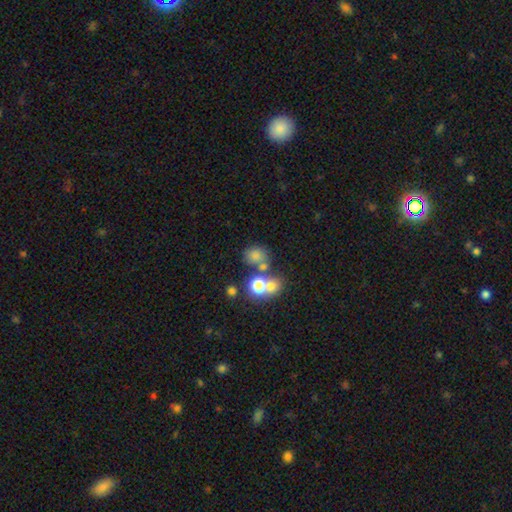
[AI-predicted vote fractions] smooth_or_featured: smooth (p=0.70) [alt: star or artifact p=0.17]
how_rounded: round (p=0.69) [alt: in between p=0.30]
merging: none (p=0.49) [alt: merger p=0.32]